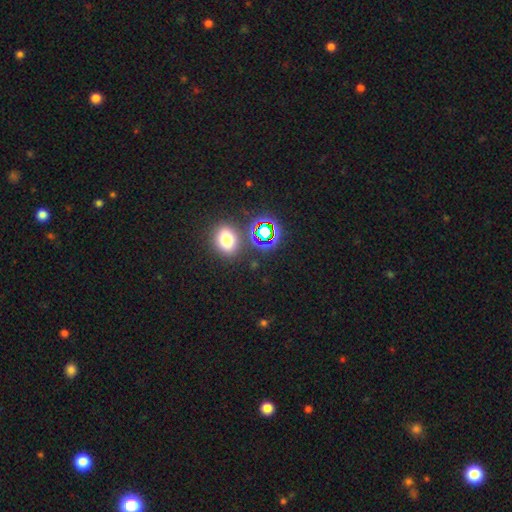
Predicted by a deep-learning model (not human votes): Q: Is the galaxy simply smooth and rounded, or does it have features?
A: smooth — 53%.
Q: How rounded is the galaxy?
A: round — 69%.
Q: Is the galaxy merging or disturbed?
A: none — 73%.